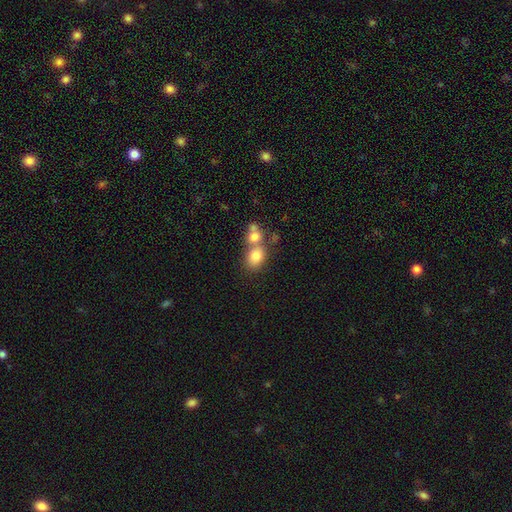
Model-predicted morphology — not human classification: smooth 78%, featured or disk 12%, star or artifact 10%. Down the decision tree: how rounded — in between (57%); merging — merger (52%).